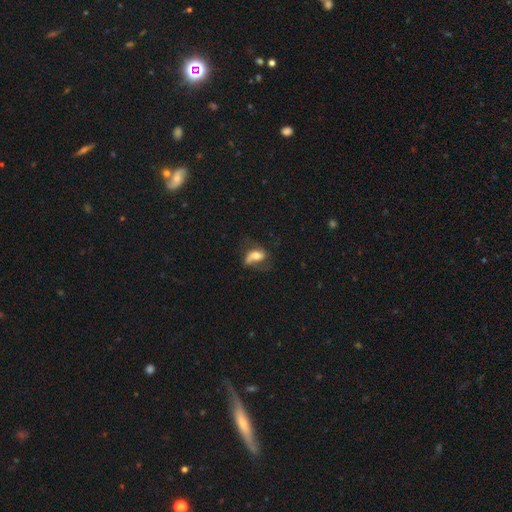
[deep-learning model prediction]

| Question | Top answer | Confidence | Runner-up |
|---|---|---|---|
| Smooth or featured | featured or disk | 53% | smooth (39%) |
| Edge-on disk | no | 93% | yes (7%) |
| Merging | none | 42% | major disturbance (30%) |